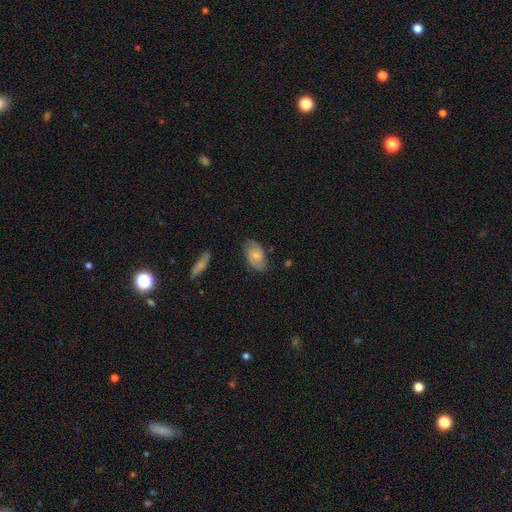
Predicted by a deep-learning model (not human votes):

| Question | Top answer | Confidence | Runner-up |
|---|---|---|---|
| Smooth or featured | smooth | 47% | featured or disk (46%) |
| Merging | none | 73% | minor disturbance (20%) |